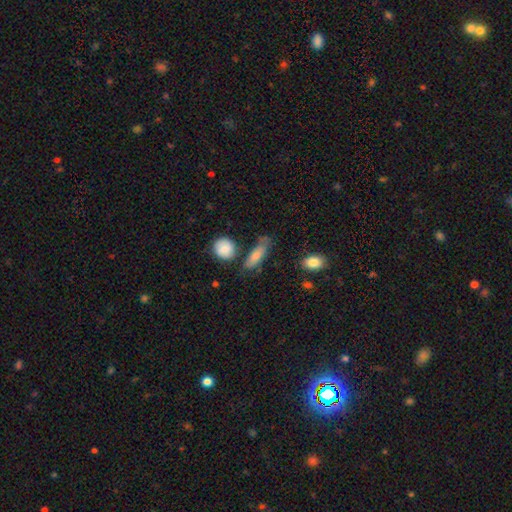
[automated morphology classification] Overall: smooth (72%). How rounded: in between (55%; cigar-shaped 39%). Merging: none (59%; minor disturbance 24%).